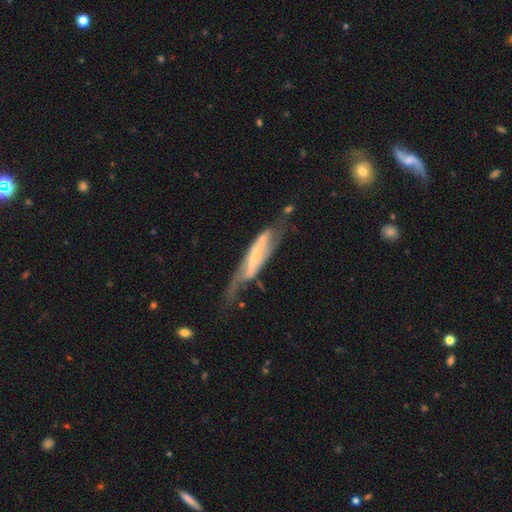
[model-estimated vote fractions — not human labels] Smooth or featured?
  - featured or disk: 75% *
  - smooth: 19%
  - star or artifact: 6%
Edge-on disk?
  - no: 64% *
  - yes: 36%
Merging?
  - none: 46% *
  - minor disturbance: 26%
  - major disturbance: 23%
  - merger: 5%